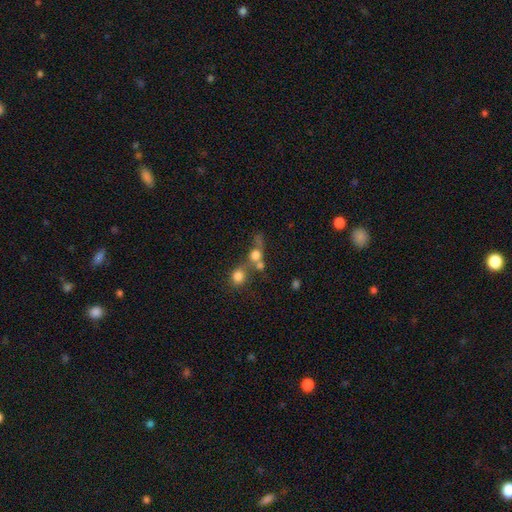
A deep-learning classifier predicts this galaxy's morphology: A smooth galaxy with no disk features (66%) that is round (75%). Merging: merger (50%).